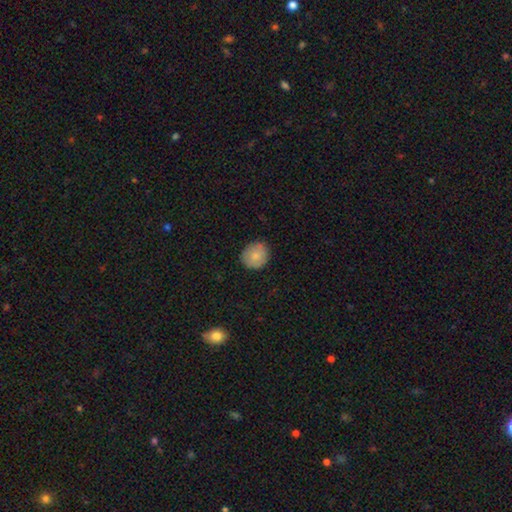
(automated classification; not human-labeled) smooth 81%, featured or disk 12%, star or artifact 8%. Down the decision tree: how rounded — round (86%); merging — none (83%).